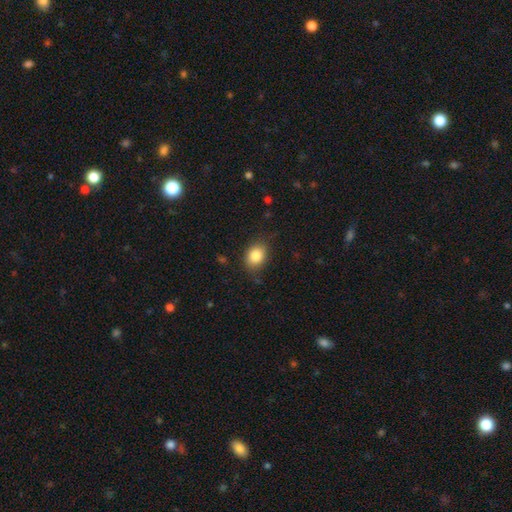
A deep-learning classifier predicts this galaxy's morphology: type=smooth (85%); roundness=in between (62%); merging=none (79%).